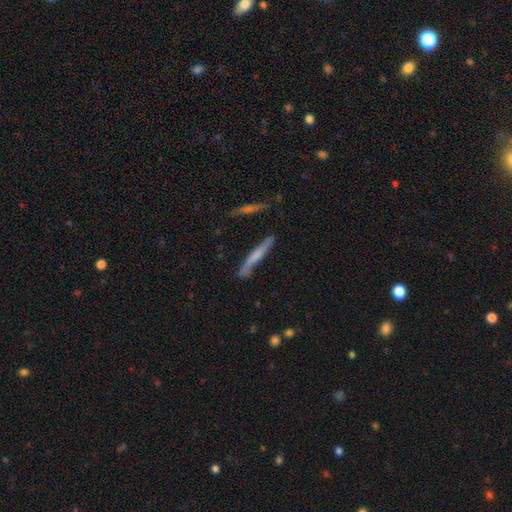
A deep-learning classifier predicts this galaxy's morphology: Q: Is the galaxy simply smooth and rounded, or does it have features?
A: featured or disk — 51%.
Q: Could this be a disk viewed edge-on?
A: yes — 91%.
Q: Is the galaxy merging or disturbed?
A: none — 77%.